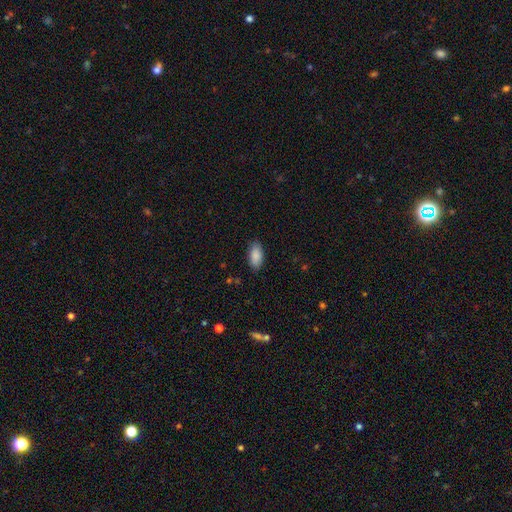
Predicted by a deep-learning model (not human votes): Smooth or featured?
  - smooth: 89% *
  - star or artifact: 6%
  - featured or disk: 5%
How rounded?
  - in between: 92% *
  - cigar-shaped: 6%
  - round: 2%
Merging?
  - none: 86% *
  - minor disturbance: 11%
  - major disturbance: 2%
  - merger: 1%